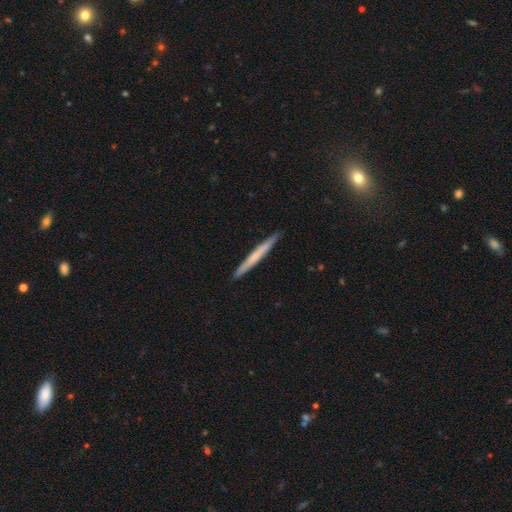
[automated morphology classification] A smooth galaxy with no disk features (52%) that is cigar-shaped (97%).

Vote fractions:
- Smooth or featured? smooth: 52% / featured or disk: 42% / star or artifact: 5%
- How rounded? cigar-shaped: 97% / in between: 2% / round: 1%
- Merging? none: 92% / minor disturbance: 6% / major disturbance: 1% / merger: 1%